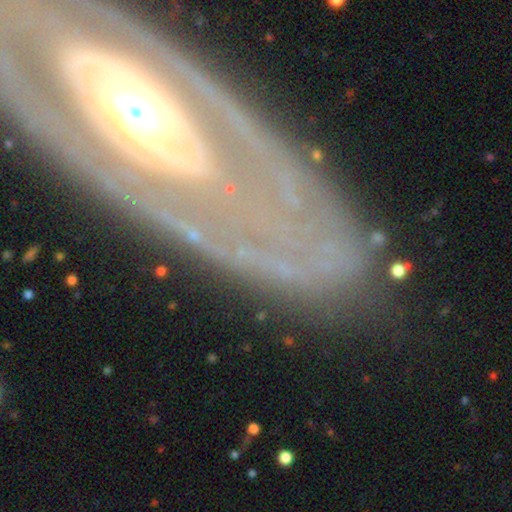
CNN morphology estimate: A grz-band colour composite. It shows a featured or disk galaxy (79%) with no bar (50%), spiral arms (70%) and a moderate central bulge (61%). Merging: none (74%).